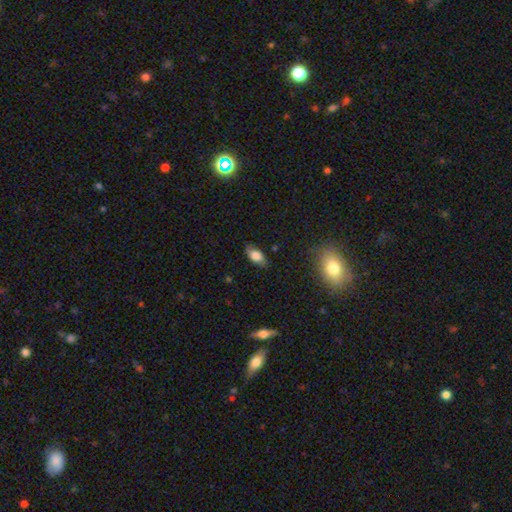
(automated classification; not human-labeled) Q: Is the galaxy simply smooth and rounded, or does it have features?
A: smooth — 72%.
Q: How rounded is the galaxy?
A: in between — 87%.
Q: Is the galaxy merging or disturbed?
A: none — 77%.